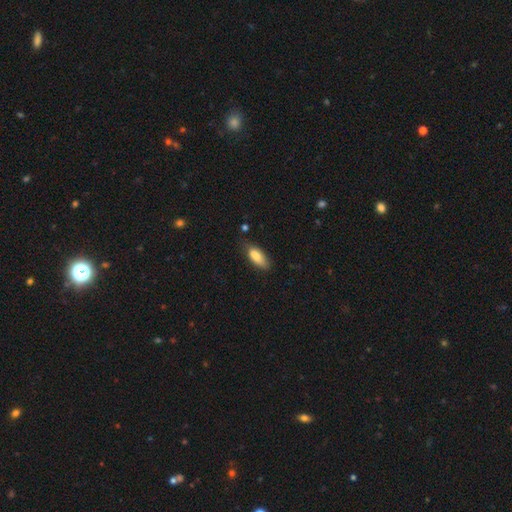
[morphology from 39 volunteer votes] type=smooth (92%); roundness=in between (83%); merging=none (61%).